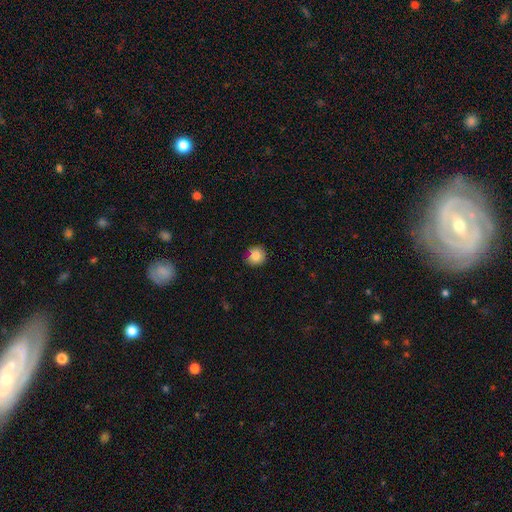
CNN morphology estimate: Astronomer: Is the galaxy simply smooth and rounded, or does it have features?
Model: smooth — 83%.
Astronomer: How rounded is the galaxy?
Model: round — 91%.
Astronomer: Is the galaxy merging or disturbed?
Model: none — 81%.